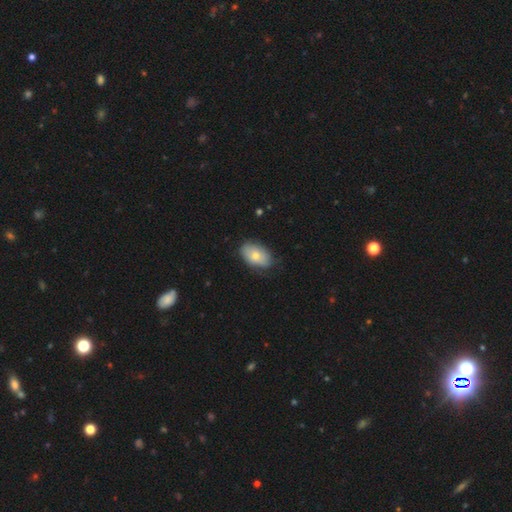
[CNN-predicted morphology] This appears to be a smooth galaxy with no disk features (72%) that is in between round and cigar-shaped (89%). Merging: none (73%).